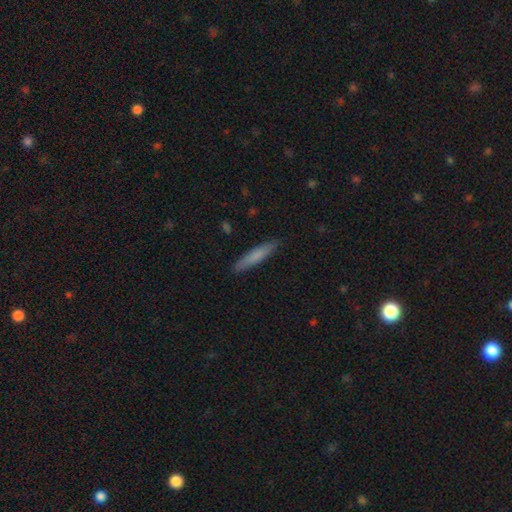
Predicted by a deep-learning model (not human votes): Morphology: type=smooth (75%); roundness=cigar-shaped (90%); merging=none (89%).